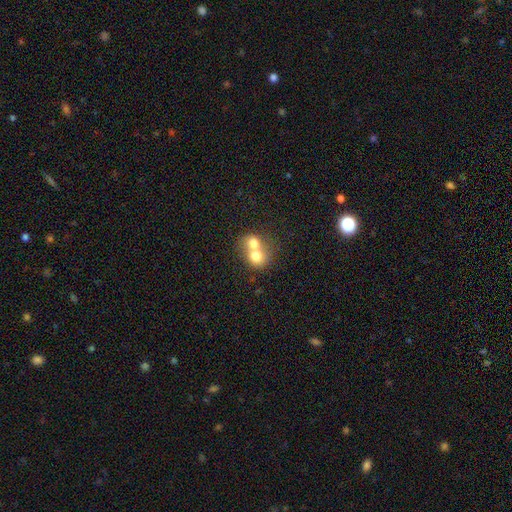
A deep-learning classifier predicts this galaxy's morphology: Q: Smooth or featured?
A: smooth (71%); runner-up: featured or disk (20%)
Q: How rounded?
A: round (68%); runner-up: in between (31%)
Q: Merging?
A: merger (76%); runner-up: none (18%)